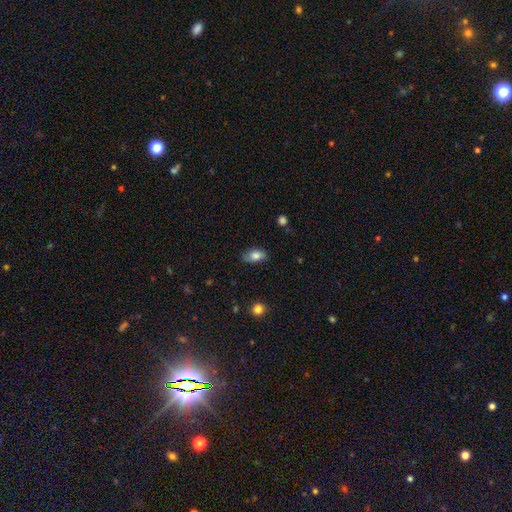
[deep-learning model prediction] smooth-or-featured: smooth: 82% | featured or disk: 11% | star or artifact: 7%
  how-rounded: in between: 91% | round: 6% | cigar-shaped: 3%
  merging: none: 80% | minor disturbance: 16% | major disturbance: 3% | merger: 1%